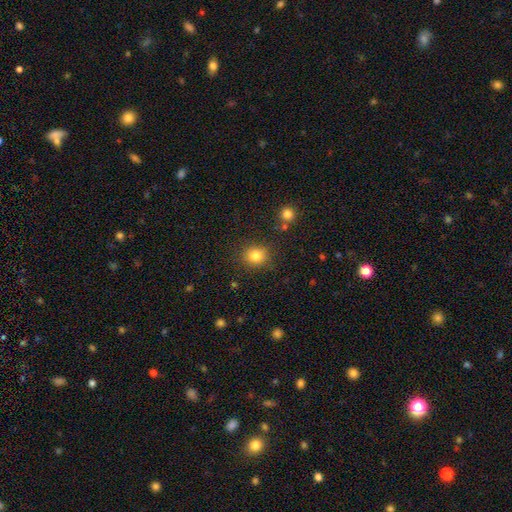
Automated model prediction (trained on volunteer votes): smooth_or_featured: smooth (p=0.83) [alt: star or artifact p=0.11]
how_rounded: round (p=0.81) [alt: in between p=0.18]
merging: none (p=0.84) [alt: minor disturbance p=0.09]